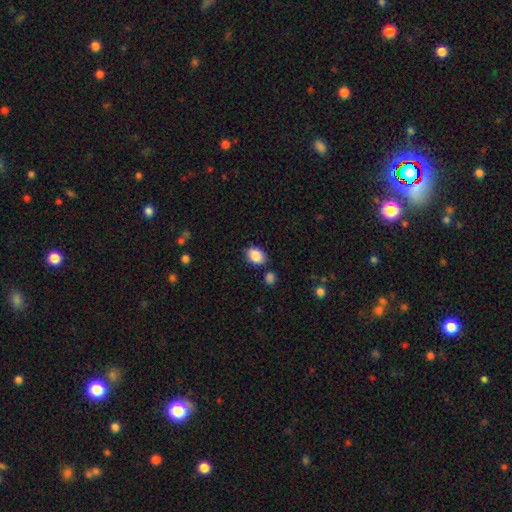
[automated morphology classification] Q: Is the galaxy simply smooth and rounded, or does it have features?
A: smooth — 89%.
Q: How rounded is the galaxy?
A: in between — 78%.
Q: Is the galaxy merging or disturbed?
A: none — 77%.